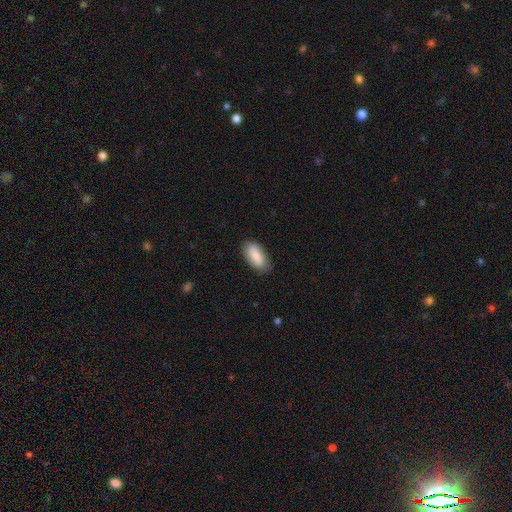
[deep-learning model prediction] Smooth or featured?
  - smooth: 83% *
  - featured or disk: 11%
  - star or artifact: 6%
How rounded?
  - in between: 91% *
  - cigar-shaped: 6%
  - round: 2%
Merging?
  - none: 81% *
  - minor disturbance: 15%
  - major disturbance: 3%
  - merger: 1%